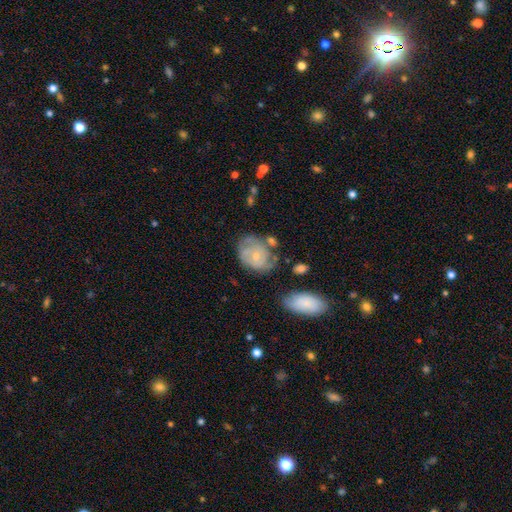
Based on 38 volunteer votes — This appears to be a featured or disk galaxy (55%) with no bar (84%), tight (53%) spiral arms (79%) and a moderate central bulge (63%). Merging: none (54%).